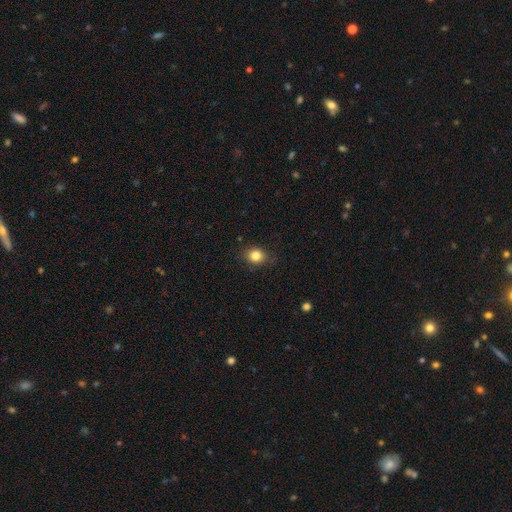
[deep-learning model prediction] Smooth or featured?
  - smooth: 83% *
  - star or artifact: 10%
  - featured or disk: 6%
How rounded?
  - round: 60% *
  - in between: 39%
  - cigar-shaped: 1%
Merging?
  - none: 83% *
  - minor disturbance: 13%
  - major disturbance: 3%
  - merger: 1%